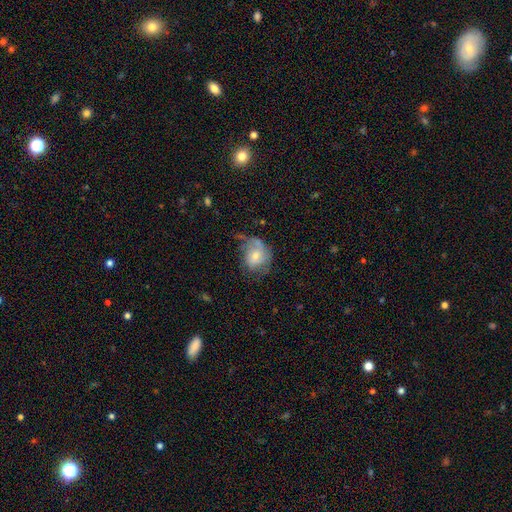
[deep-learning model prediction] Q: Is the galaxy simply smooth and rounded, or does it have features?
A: featured or disk — 47%.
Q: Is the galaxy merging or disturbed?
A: none — 37%.